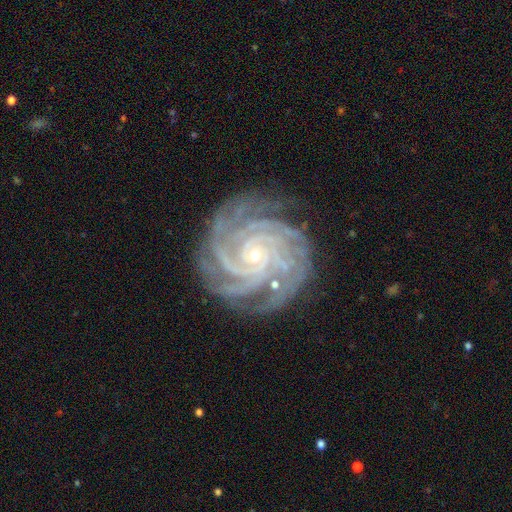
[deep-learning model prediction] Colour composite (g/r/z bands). It shows a featured or disk galaxy (92%) with no bar (69%), 4 (33%) tight (82%) spiral arms (99%) and a small central bulge (82%). Merging: none (80%).